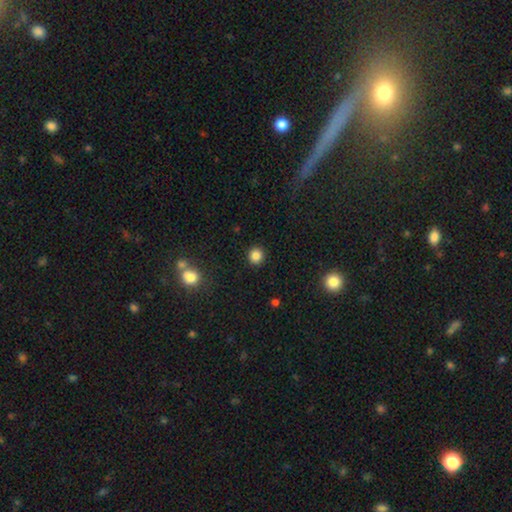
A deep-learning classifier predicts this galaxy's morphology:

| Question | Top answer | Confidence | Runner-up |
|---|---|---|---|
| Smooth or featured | smooth | 85% | star or artifact (11%) |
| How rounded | round | 91% | in between (8%) |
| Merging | none | 92% | minor disturbance (5%) |